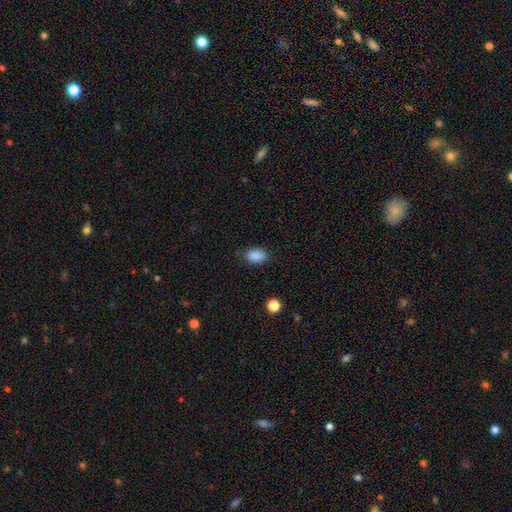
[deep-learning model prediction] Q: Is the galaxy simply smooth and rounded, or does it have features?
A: smooth — 88%.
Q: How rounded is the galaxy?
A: in between — 84%.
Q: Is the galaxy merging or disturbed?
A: none — 83%.